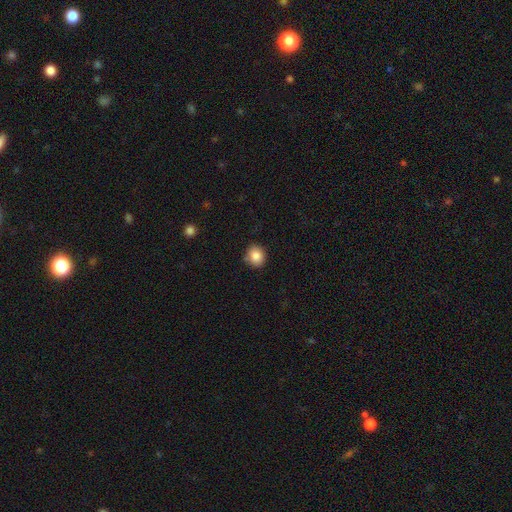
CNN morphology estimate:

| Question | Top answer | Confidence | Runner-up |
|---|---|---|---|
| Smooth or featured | smooth | 85% | star or artifact (9%) |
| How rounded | round | 70% | in between (29%) |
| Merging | none | 83% | minor disturbance (13%) |